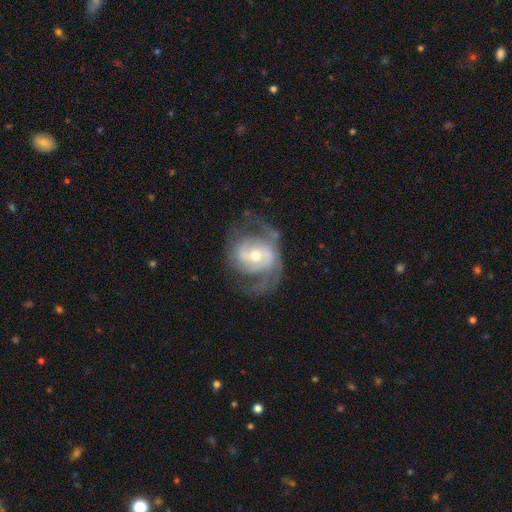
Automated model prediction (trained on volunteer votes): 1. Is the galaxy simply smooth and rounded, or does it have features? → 82% featured or disk, 12% smooth, 6% star or artifact.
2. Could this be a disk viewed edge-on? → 97% no, 3% yes.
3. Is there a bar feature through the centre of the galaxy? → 40% no (tied), 40% weak (tied), 20% strong.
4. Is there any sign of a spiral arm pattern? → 89% yes, 11% no.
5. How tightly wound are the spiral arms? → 48% medium, 28% tight, 24% loose.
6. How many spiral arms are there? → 60% 2, 17% can't tell, 12% 3, 6% 1, 3% 4, 2% more than 4.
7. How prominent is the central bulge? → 50% moderate, 44% small, 4% large, 1% none, 1% dominant.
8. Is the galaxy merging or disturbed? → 57% none, 22% major disturbance, 19% minor disturbance, 2% merger.